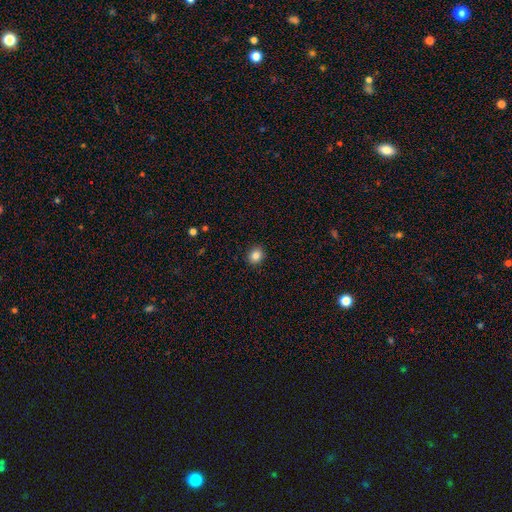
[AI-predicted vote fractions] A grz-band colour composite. It shows a smooth galaxy with no disk features (85%) that is round (71%). Merging: none (90%).